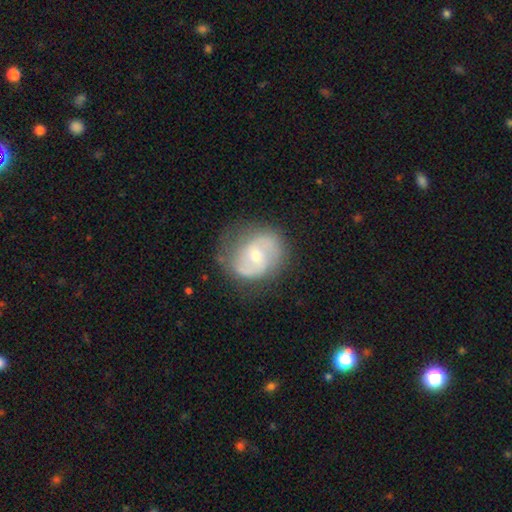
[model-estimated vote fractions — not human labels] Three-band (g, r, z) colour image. It shows a featured or disk galaxy (77%) with no bar (49%), 2 (84%) medium (49%) spiral arms (91%) and a moderate central bulge (48%, tied with small). Merging: none (71%).